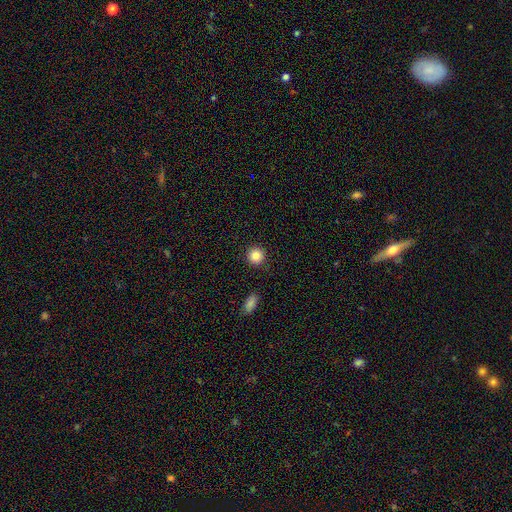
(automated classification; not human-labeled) Smooth or featured?
  - smooth: 86% *
  - star or artifact: 9%
  - featured or disk: 4%
How rounded?
  - round: 94% *
  - in between: 5%
  - cigar-shaped: 1%
Merging?
  - none: 92% *
  - minor disturbance: 5%
  - major disturbance: 2%
  - merger: 2%